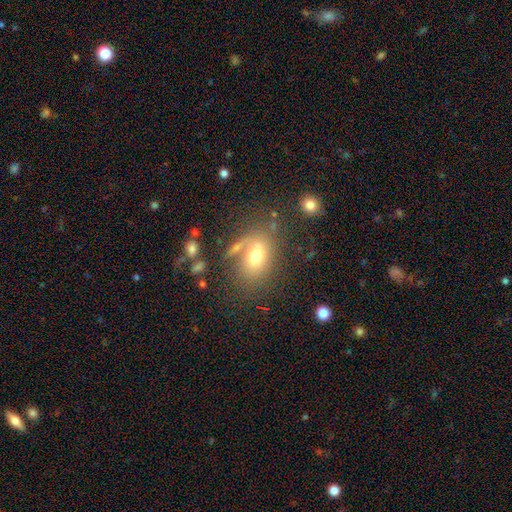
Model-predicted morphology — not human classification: Smooth or featured? smooth (70%)
How rounded? in between (76%)
Merging? none (61%)